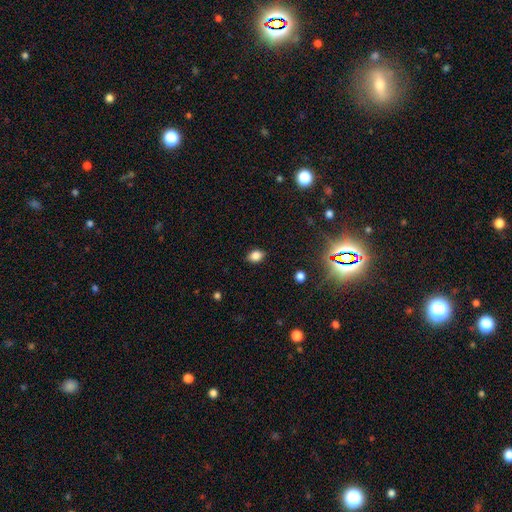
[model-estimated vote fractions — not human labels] Overall: smooth (83%). How rounded: in between (75%). Merging: none (86%).